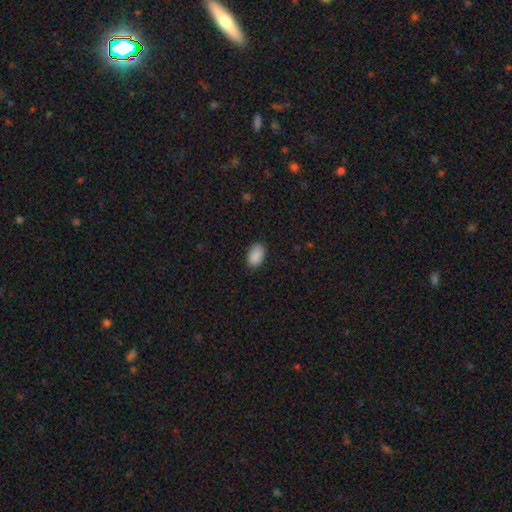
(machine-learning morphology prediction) smooth-or-featured: smooth: 90% | star or artifact: 7% | featured or disk: 3%
  how-rounded: in between: 90% | round: 9% | cigar-shaped: 1%
  merging: none: 84% | minor disturbance: 13% | major disturbance: 3% | merger: 1%